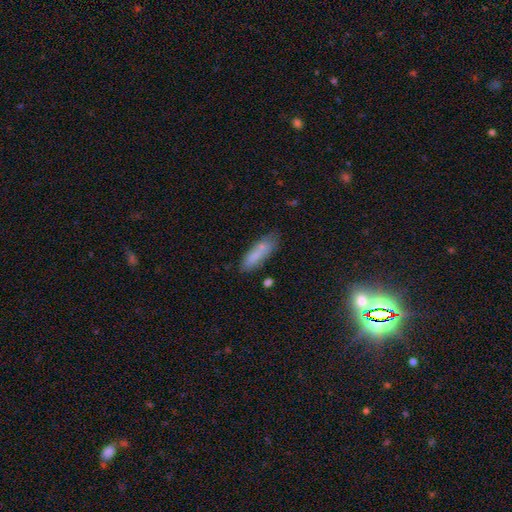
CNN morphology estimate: type=smooth (77%); roundness=in between (49%); merging=none (64%).